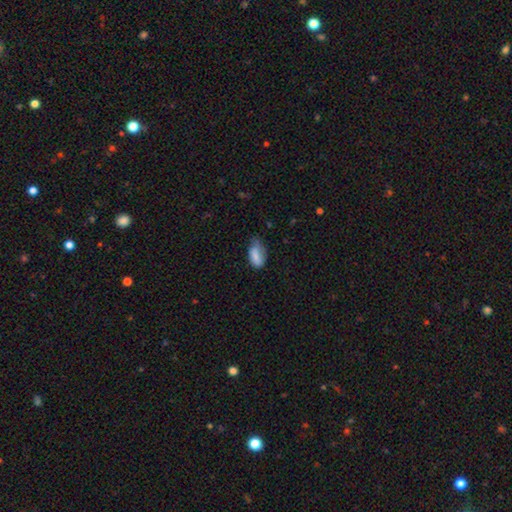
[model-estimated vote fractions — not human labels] Morphology: type=smooth (81%); roundness=in between (91%); merging=minor disturbance (42%, tied with none).